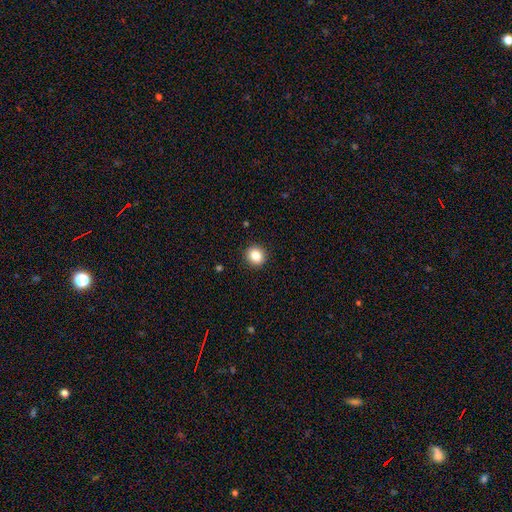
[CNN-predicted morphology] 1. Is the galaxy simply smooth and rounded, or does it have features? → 85% smooth, 10% star or artifact, 6% featured or disk.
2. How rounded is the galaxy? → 79% round, 20% in between, 1% cigar-shaped.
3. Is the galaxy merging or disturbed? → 91% none, 6% minor disturbance, 2% major disturbance, 1% merger.